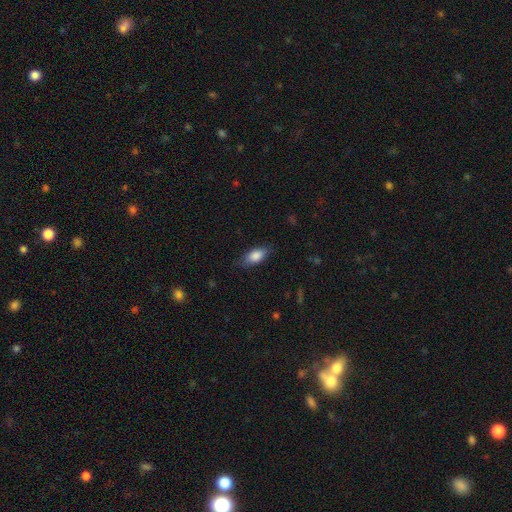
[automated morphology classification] Q: Smooth or featured?
A: smooth (83%); runner-up: featured or disk (10%)
Q: How rounded?
A: in between (86%); runner-up: cigar-shaped (10%)
Q: Merging?
A: none (77%); runner-up: minor disturbance (18%)